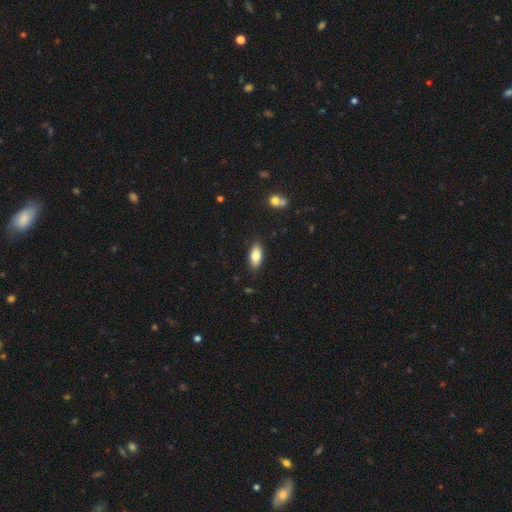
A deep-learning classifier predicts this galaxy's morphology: smooth-or-featured: smooth: 81% | featured or disk: 12% | star or artifact: 7%
  how-rounded: in between: 88% | cigar-shaped: 9% | round: 3%
  merging: none: 87% | minor disturbance: 10% | major disturbance: 2% | merger: 1%